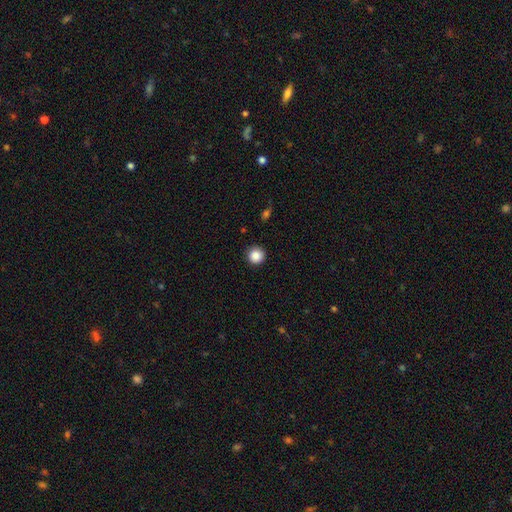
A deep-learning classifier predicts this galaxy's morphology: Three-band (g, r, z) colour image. It shows a smooth galaxy with no disk features (87%) that is round (96%). Merging: none (91%).